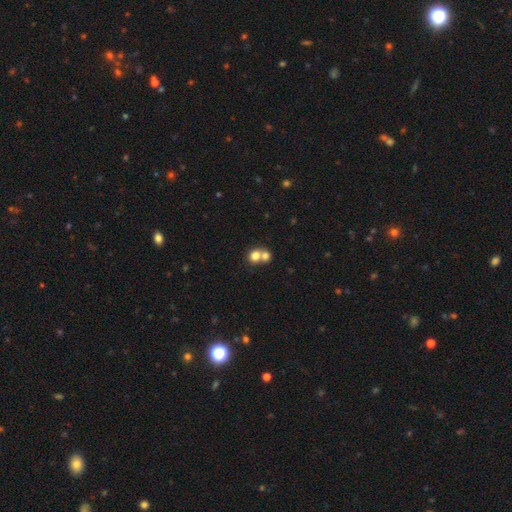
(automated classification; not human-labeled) Smooth or featured? Predicted: smooth (p=0.76). How rounded? Predicted: round (p=0.76). Merging? Predicted: merger (p=0.60).